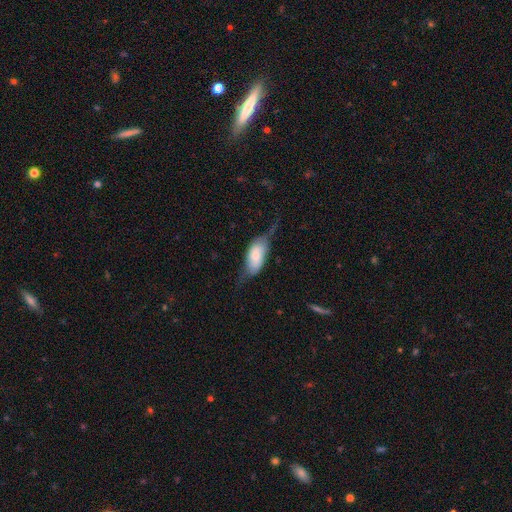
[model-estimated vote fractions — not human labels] This is possibly a smooth galaxy (56%). How rounded: clearly in between (88%). Merging: marginally none (35%).